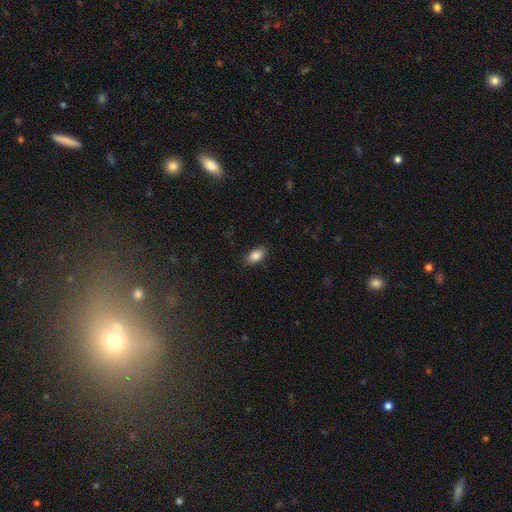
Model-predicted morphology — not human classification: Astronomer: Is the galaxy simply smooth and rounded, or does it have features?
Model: smooth — 86%.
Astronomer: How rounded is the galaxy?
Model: in between — 90%.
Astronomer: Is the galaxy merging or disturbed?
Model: none — 85%.